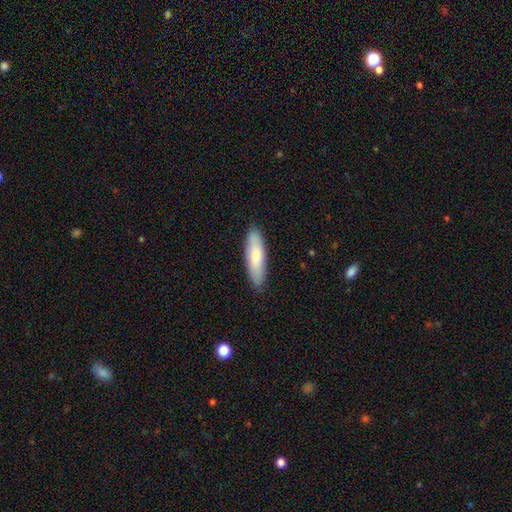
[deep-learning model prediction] smooth_or_featured: smooth (p=0.74) [alt: featured or disk p=0.21]
how_rounded: cigar-shaped (p=0.54) [alt: in between p=0.44]
merging: none (p=0.86) [alt: minor disturbance p=0.11]